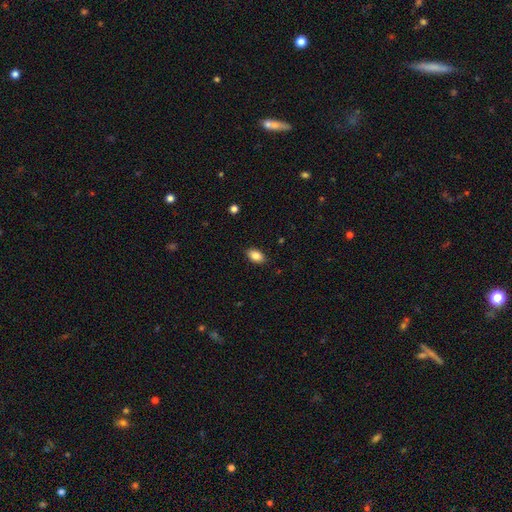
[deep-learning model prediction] smooth-or-featured: smooth: 85% | star or artifact: 8% | featured or disk: 7%
  how-rounded: in between: 90% | round: 8% | cigar-shaped: 2%
  merging: none: 88% | minor disturbance: 9% | major disturbance: 2% | merger: 1%